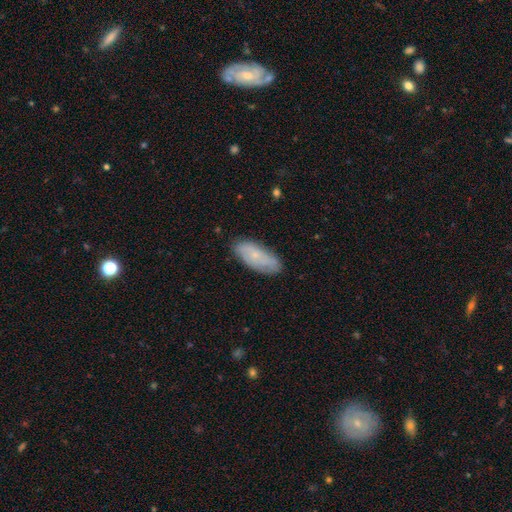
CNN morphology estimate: A smooth galaxy with no disk features (59%) that is in between round and cigar-shaped (82%).

Vote fractions:
- Smooth or featured? smooth: 59% / featured or disk: 34% / star or artifact: 7%
- How rounded? in between: 82% / cigar-shaped: 16% / round: 2%
- Merging? none: 81% / minor disturbance: 15% / major disturbance: 3% / merger: 1%